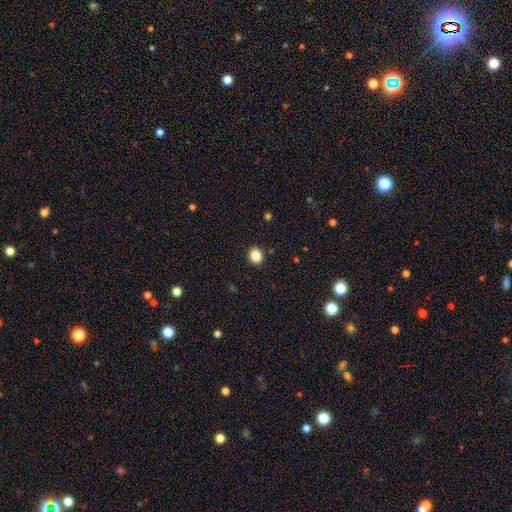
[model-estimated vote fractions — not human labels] Smooth or featured: smooth — 86% (star or artifact — 11%)
How rounded: round — 74% (in between — 25%)
Merging: none — 92% (minor disturbance — 6%)